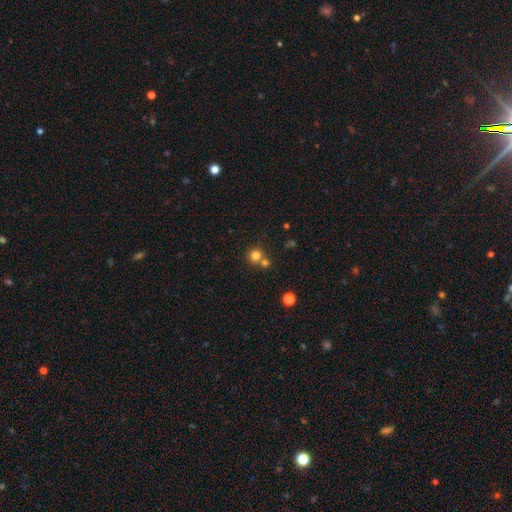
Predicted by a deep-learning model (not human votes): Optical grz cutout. It shows a smooth galaxy with no disk features (78%) that is round (91%). Merging: none (58%).